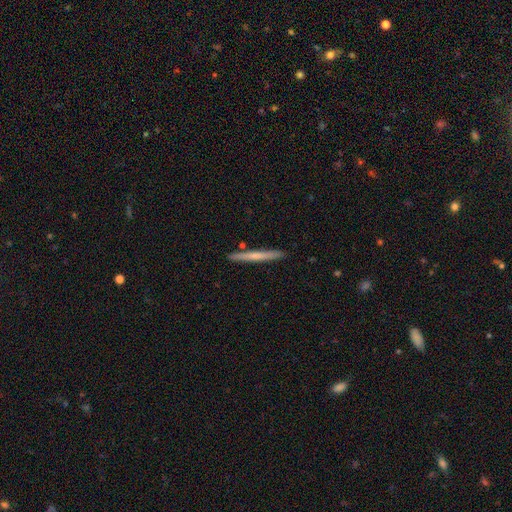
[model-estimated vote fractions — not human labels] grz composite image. It shows a smooth galaxy with no disk features (52%) that is cigar-shaped (97%). Merging: none (91%).